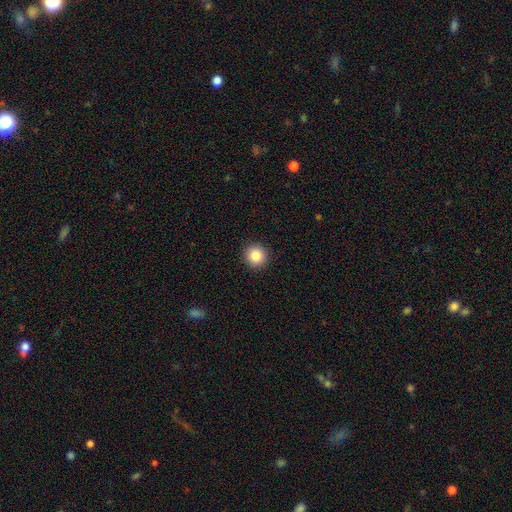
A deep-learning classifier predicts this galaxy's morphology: smooth_or_featured: smooth (p=0.85) [alt: star or artifact p=0.10]
how_rounded: round (p=0.95) [alt: in between p=0.04]
merging: none (p=0.93) [alt: minor disturbance p=0.05]